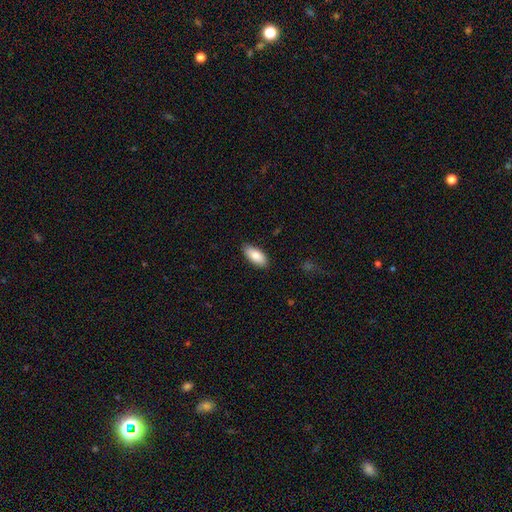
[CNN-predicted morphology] This appears to be a smooth galaxy with no disk features (86%) that is in between round and cigar-shaped (88%). Merging: none (87%).